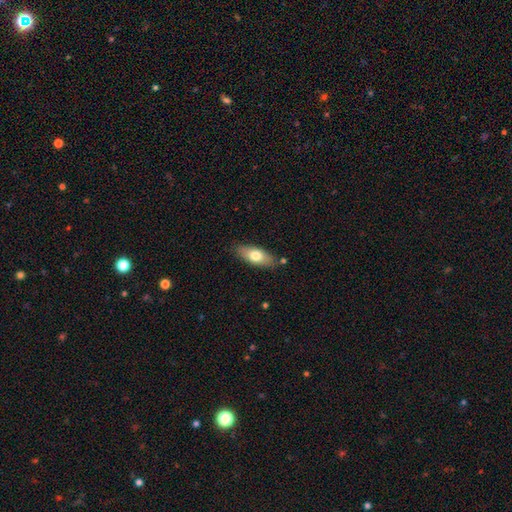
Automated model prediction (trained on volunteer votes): A smooth galaxy with no disk features (71%) that is in between round and cigar-shaped (76%).

Vote fractions:
- Smooth or featured? smooth: 71% / featured or disk: 23% / star or artifact: 6%
- How rounded? in between: 76% / cigar-shaped: 21% / round: 3%
- Merging? none: 81% / minor disturbance: 13% / merger: 3% / major disturbance: 3%